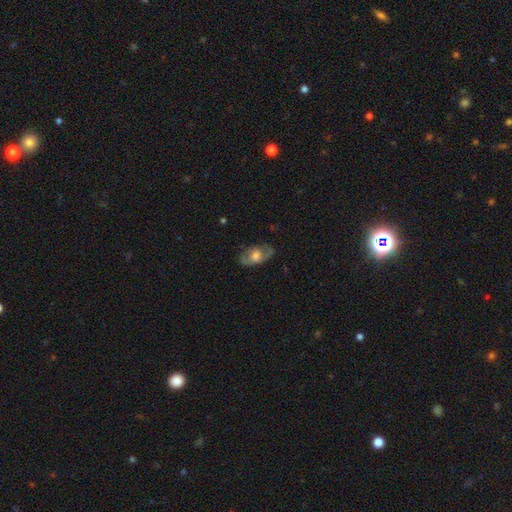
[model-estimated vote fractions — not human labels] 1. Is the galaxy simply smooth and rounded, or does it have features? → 53% featured or disk, 40% smooth, 7% star or artifact.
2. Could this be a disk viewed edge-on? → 89% no, 11% yes.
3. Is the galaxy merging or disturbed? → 68% none, 21% minor disturbance, 10% major disturbance, 2% merger.